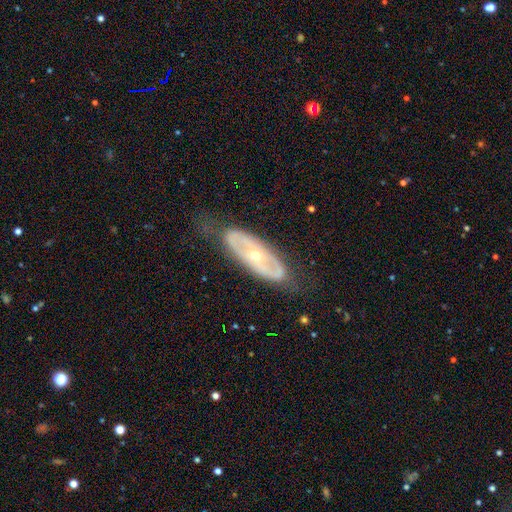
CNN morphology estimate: Q: Smooth or featured?
A: featured or disk (72%); runner-up: smooth (22%)
Q: Edge-on disk?
A: no (83%); runner-up: yes (17%)
Q: Bar?
A: no (74%); runner-up: weak (15%)
Q: Spiral arms?
A: no (69%); runner-up: yes (31%)
Q: Bulge size?
A: small (56%); runner-up: moderate (41%)
Q: Merging?
A: none (69%); runner-up: minor disturbance (20%)